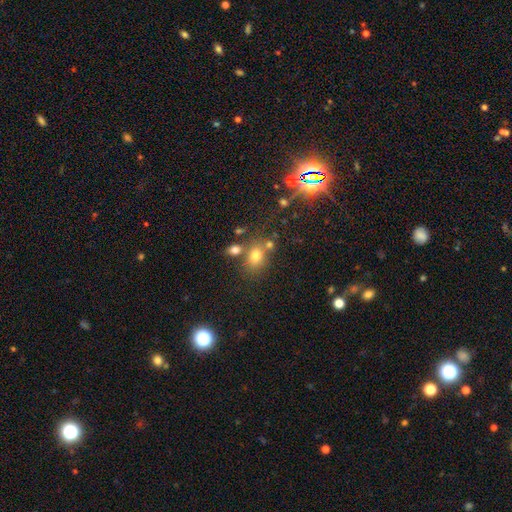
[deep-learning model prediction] A smooth galaxy with no disk features (71%) that is in between round and cigar-shaped (56%). Merging: none (59%).